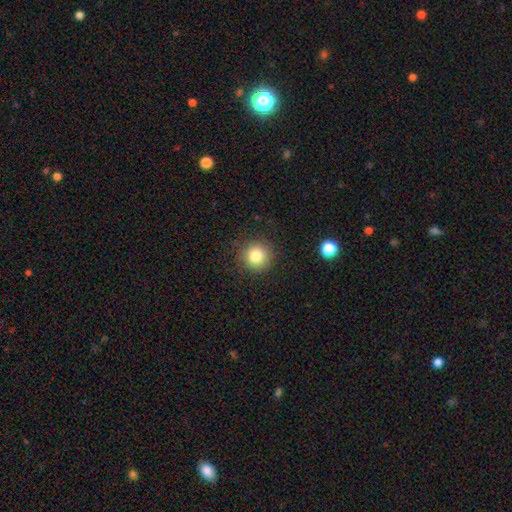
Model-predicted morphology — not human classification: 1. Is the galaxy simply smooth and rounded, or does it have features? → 82% smooth, 11% star or artifact, 7% featured or disk.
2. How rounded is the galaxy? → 94% round, 5% in between, 1% cigar-shaped.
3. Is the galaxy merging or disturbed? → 90% none, 6% minor disturbance, 2% major disturbance, 1% merger.